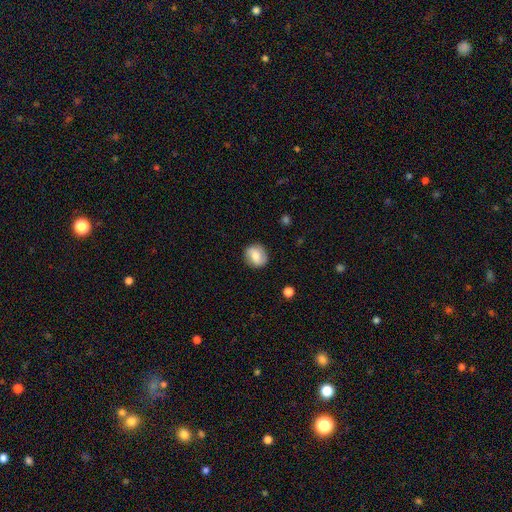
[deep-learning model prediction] Smooth or featured? Predicted: smooth (p=0.62). How rounded? Predicted: round (p=0.74). Merging? Predicted: none (p=0.84).